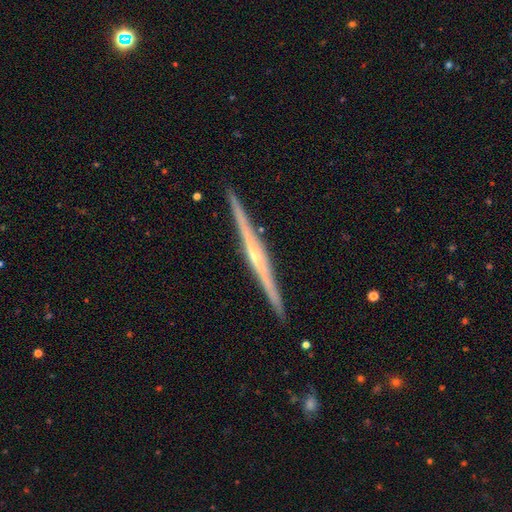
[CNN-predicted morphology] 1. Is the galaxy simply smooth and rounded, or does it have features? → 84% featured or disk, 11% smooth, 5% star or artifact.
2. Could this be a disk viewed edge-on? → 98% yes, 2% no.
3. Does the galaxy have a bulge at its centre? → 67% rounded, 27% none, 7% boxy.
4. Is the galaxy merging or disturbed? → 92% none, 5% minor disturbance, 1% major disturbance, 1% merger.